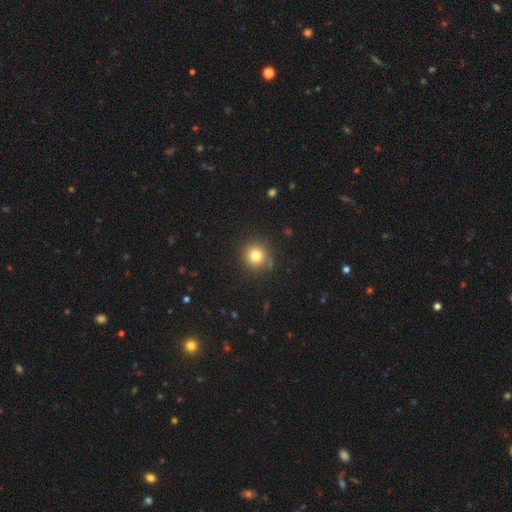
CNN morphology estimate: Smooth or featured?
  - smooth: 78% *
  - star or artifact: 13%
  - featured or disk: 8%
How rounded?
  - round: 93% *
  - in between: 6%
  - cigar-shaped: 1%
Merging?
  - none: 85% *
  - minor disturbance: 10%
  - major disturbance: 3%
  - merger: 2%